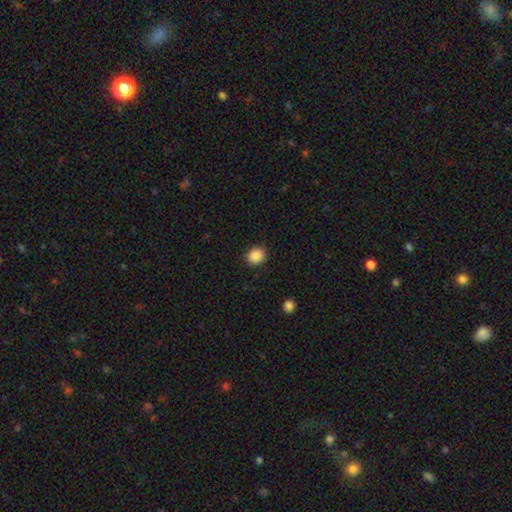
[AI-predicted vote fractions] A smooth galaxy with no disk features (89%) that is round (73%).

Vote fractions:
- Smooth or featured? smooth: 89% / star or artifact: 9% / featured or disk: 2%
- How rounded? round: 73% / in between: 26% / cigar-shaped: 1%
- Merging? none: 90% / minor disturbance: 7% / major disturbance: 2% / merger: 1%